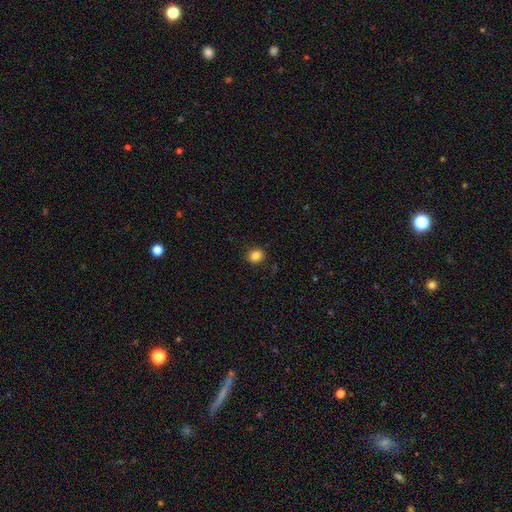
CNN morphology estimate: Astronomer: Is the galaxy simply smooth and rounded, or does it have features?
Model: smooth — 85%.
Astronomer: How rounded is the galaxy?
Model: round — 68%.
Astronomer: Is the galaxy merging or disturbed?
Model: none — 88%.